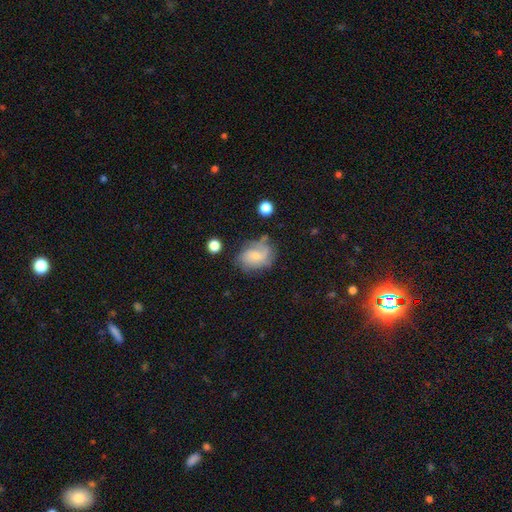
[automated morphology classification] Smooth or featured? Predicted: featured or disk (p=0.48). Merging? Predicted: none (p=0.52).